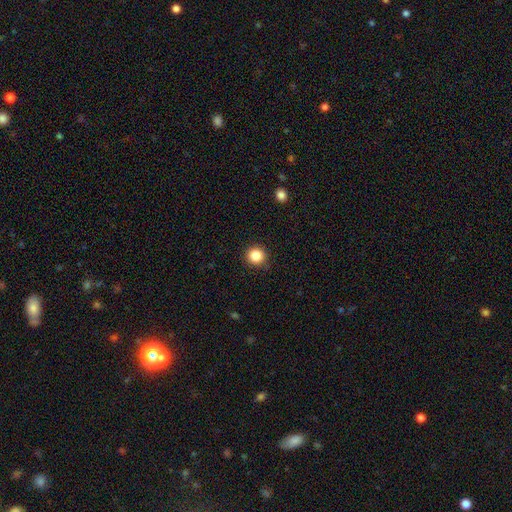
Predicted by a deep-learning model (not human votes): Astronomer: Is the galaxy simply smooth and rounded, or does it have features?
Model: smooth — 86%.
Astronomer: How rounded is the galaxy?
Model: round — 93%.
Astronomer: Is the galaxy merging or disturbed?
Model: none — 90%.